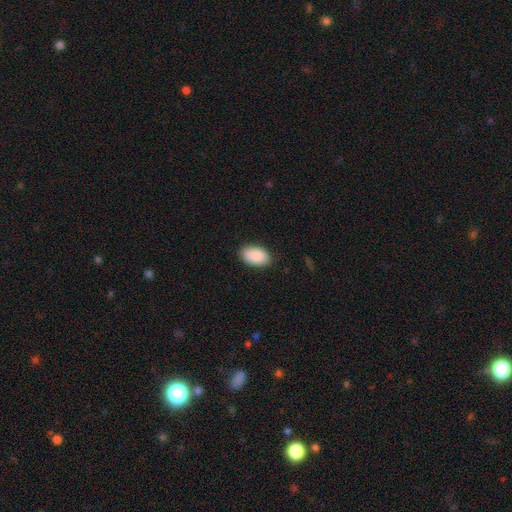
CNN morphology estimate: A smooth galaxy with no disk features (90%) that is in between round and cigar-shaped (94%).

Vote fractions:
- Smooth or featured? smooth: 90% / star or artifact: 6% / featured or disk: 4%
- How rounded? in between: 94% / round: 5% / cigar-shaped: 1%
- Merging? none: 86% / minor disturbance: 11% / major disturbance: 2% / merger: 1%